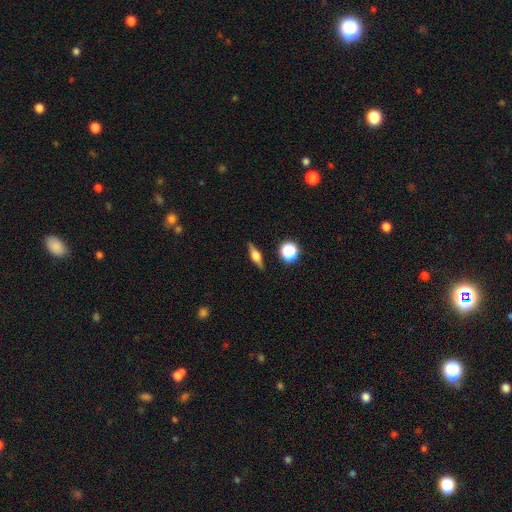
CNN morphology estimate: featured or disk 60%, smooth 32%, star or artifact 9%. Down the decision tree: edge-on disk — yes (95%); edge-on bulge — rounded (90%); merging — none (87%).